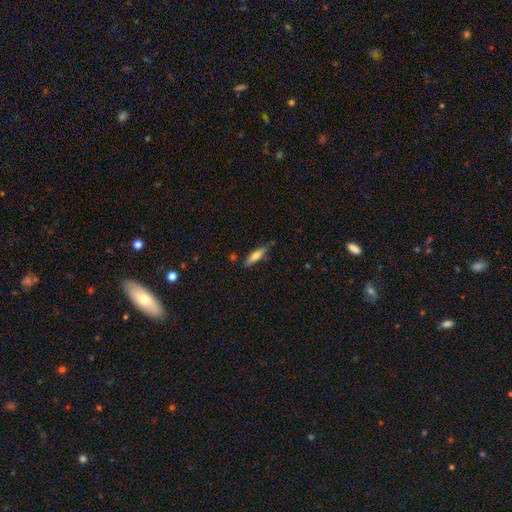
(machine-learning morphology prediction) smooth-or-featured: smooth: 63% | featured or disk: 31% | star or artifact: 6%
  how-rounded: cigar-shaped: 71% | in between: 28% | round: 2%
  merging: none: 76% | minor disturbance: 17% | major disturbance: 3% | merger: 3%